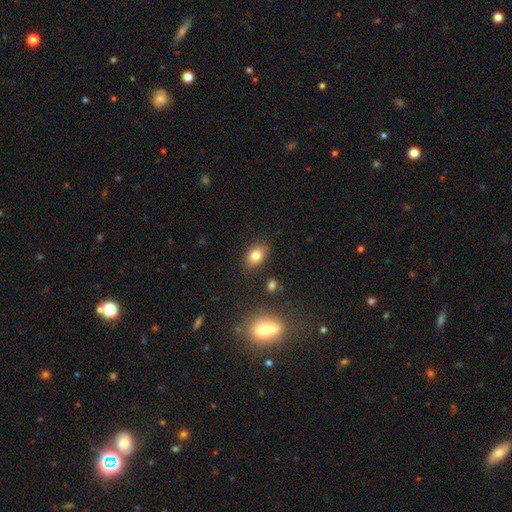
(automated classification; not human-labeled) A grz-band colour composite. It shows a smooth galaxy with no disk features (82%) that is in between round and cigar-shaped (76%). Merging: none (84%).